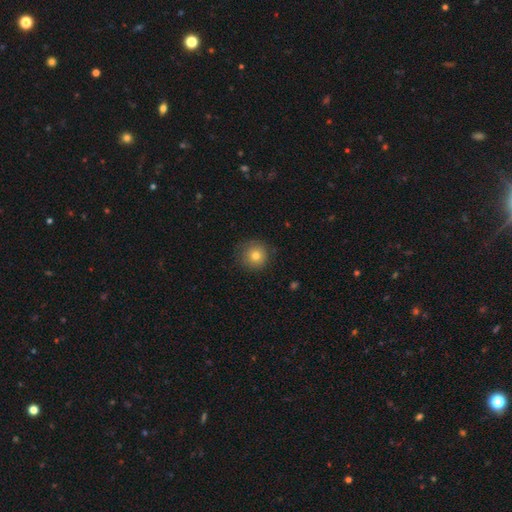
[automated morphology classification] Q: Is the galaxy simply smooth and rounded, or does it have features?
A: smooth — 79%.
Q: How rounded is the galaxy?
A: round — 94%.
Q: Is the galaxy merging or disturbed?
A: none — 83%.